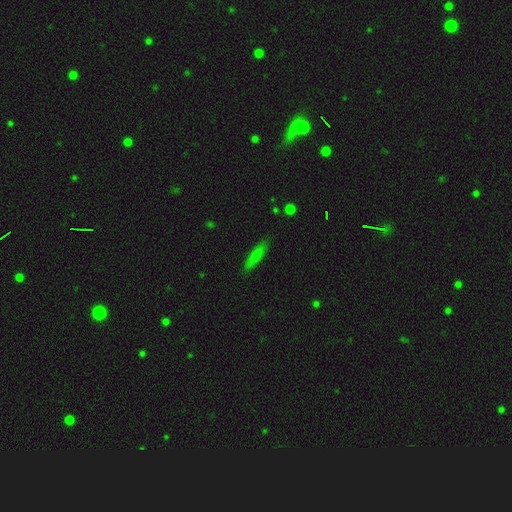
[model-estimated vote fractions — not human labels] Smooth or featured? Predicted: smooth (p=0.78). How rounded? Predicted: cigar-shaped (p=0.68). Merging? Predicted: none (p=0.85).